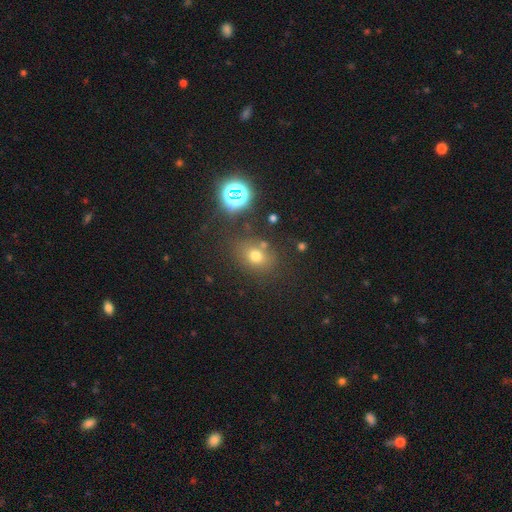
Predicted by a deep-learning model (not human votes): A smooth galaxy with no disk features (66%) that is round (50%). Merging: none (72%).